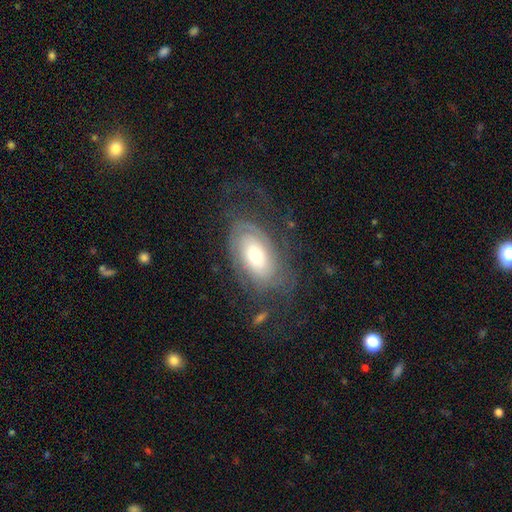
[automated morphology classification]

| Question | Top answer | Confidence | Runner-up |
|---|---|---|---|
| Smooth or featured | featured or disk | 66% | smooth (27%) |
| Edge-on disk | no | 93% | yes (7%) |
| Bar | no | 77% | weak (18%) |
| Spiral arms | yes | 81% | no (19%) |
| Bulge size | moderate | 55% | small (30%) |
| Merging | none | 63% | minor disturbance (19%) |